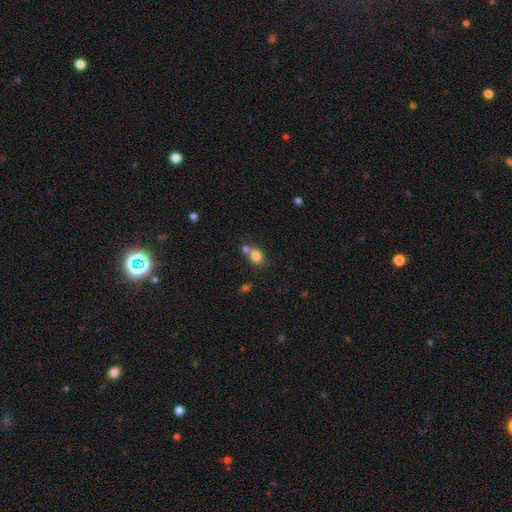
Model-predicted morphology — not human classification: This appears to be a smooth galaxy with no disk features (82%) that is round (53%). Merging: none (55%).